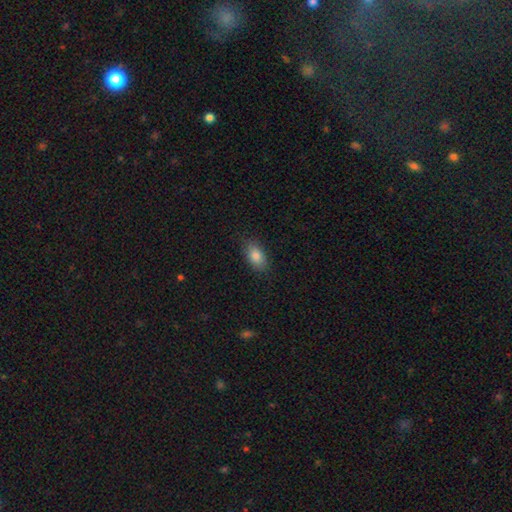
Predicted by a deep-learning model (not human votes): This is clearly a smooth galaxy (85%). How rounded: clearly in between (91%). Merging: clearly none (85%).